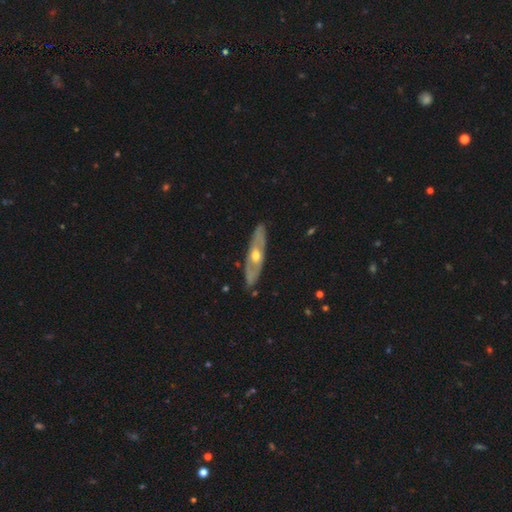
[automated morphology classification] Smooth or featured? Predicted: featured or disk (p=0.67). Edge-on disk? Predicted: no (p=0.54). Merging? Predicted: none (p=0.84).